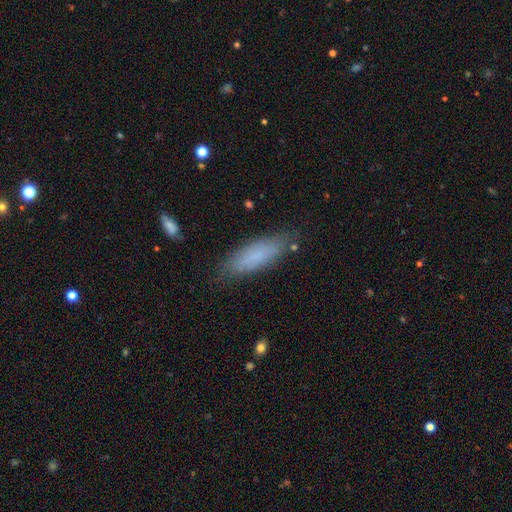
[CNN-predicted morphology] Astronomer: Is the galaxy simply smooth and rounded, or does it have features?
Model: smooth — 80%.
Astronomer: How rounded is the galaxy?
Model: cigar-shaped — 52% (runner-up: in between, 46%).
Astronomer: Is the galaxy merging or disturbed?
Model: none — 82%.